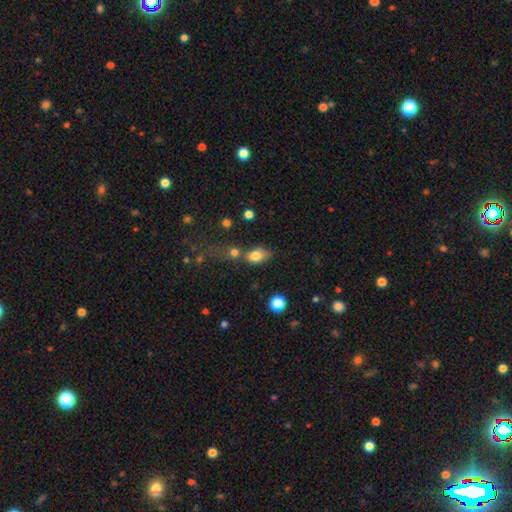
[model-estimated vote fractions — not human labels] Overall: smooth (80%). How rounded: in between (75%). Merging: none (45%; merger 31%).